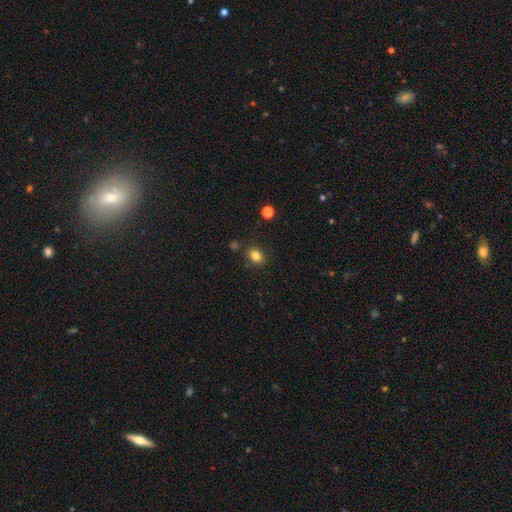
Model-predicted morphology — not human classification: A smooth galaxy with no disk features (82%) that is in between round and cigar-shaped (53%).

Vote fractions:
- Smooth or featured? smooth: 82% / star or artifact: 12% / featured or disk: 6%
- How rounded? in between: 53% / round: 46% / cigar-shaped: 1%
- Merging? none: 81% / minor disturbance: 11% / merger: 4% / major disturbance: 3%